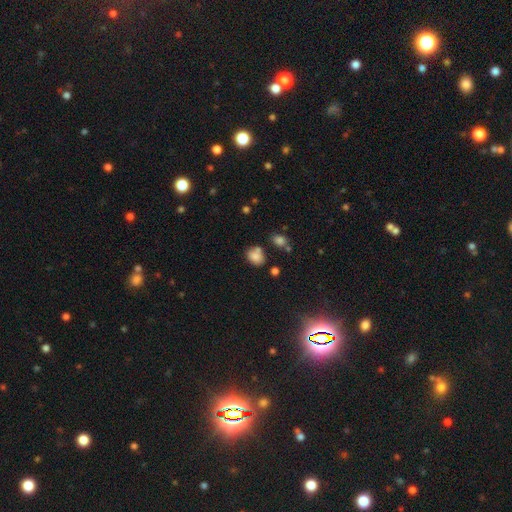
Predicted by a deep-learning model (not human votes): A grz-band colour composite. It shows a smooth galaxy with no disk features (81%) that is in between round and cigar-shaped (61%). Merging: none (55%).